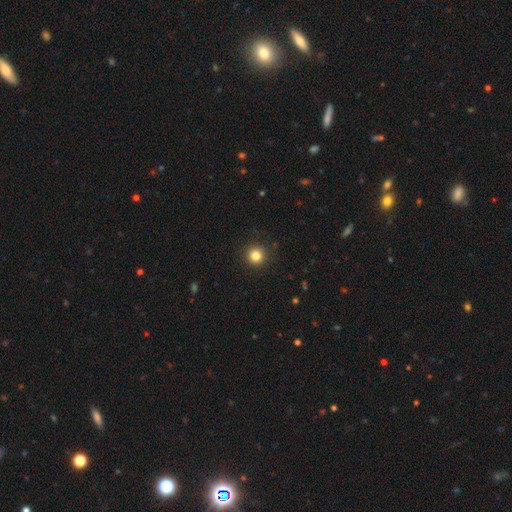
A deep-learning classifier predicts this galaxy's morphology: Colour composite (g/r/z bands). It shows a smooth galaxy with no disk features (83%) that is round (95%). Merging: none (91%).